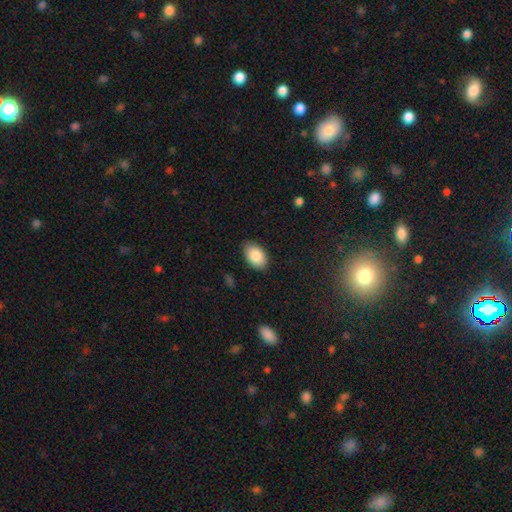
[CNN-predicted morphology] Smooth or featured: smooth — 87% (star or artifact — 7%)
How rounded: in between — 92% (round — 7%)
Merging: none — 86% (minor disturbance — 11%)